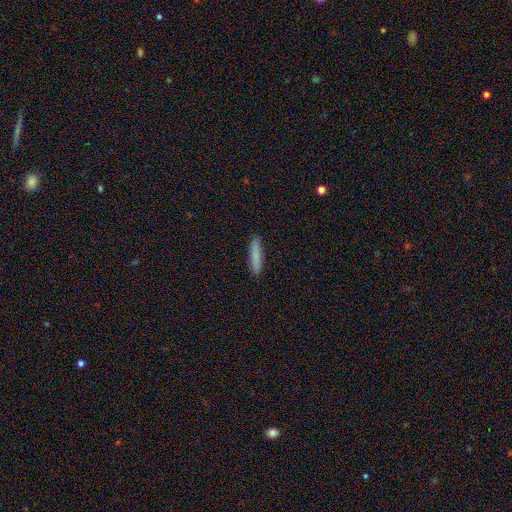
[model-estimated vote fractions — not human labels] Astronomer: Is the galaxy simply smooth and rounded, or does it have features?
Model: smooth — 83%.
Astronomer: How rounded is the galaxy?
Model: cigar-shaped — 85%.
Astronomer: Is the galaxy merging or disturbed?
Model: none — 90%.